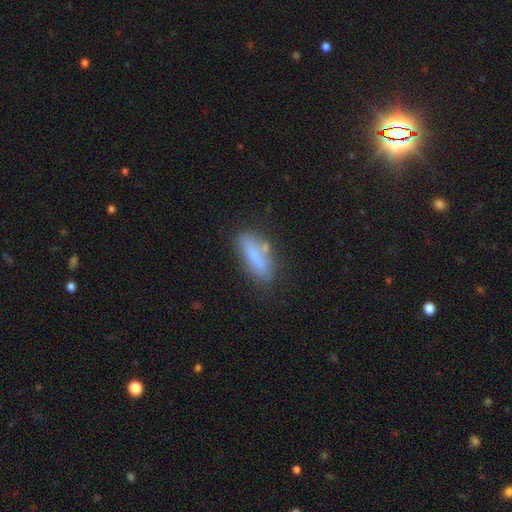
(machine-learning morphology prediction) A smooth galaxy with no disk features (71%) that is in between round and cigar-shaped (56%). Merging: none (62%).